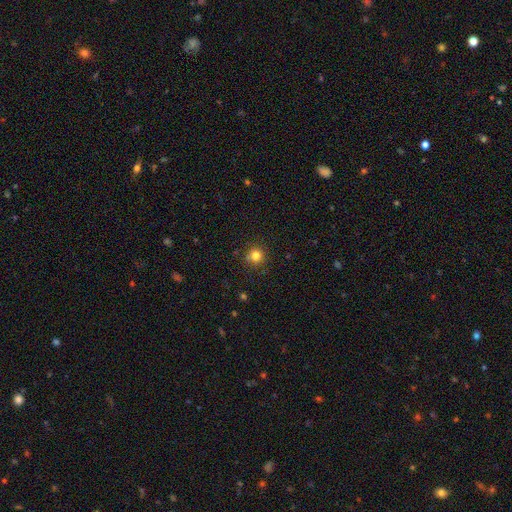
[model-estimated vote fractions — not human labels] A smooth galaxy with no disk features (80%) that is round (94%).

Vote fractions:
- Smooth or featured? smooth: 80% / star or artifact: 14% / featured or disk: 6%
- How rounded? round: 94% / in between: 5% / cigar-shaped: 1%
- Merging? none: 87% / minor disturbance: 8% / merger: 3% / major disturbance: 2%